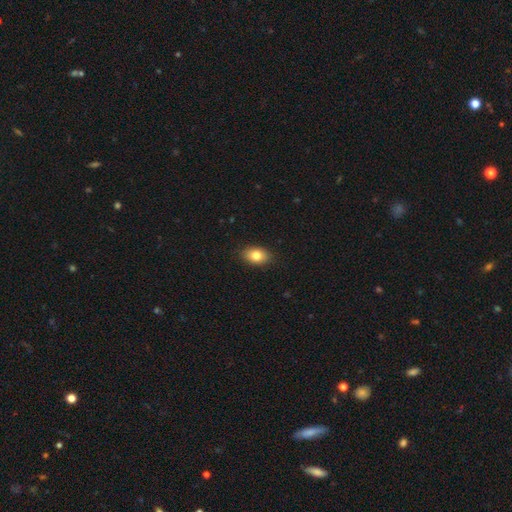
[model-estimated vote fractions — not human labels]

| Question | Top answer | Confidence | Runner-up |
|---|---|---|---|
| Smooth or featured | smooth | 81% | featured or disk (10%) |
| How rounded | in between | 85% | round (14%) |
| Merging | none | 88% | minor disturbance (9%) |